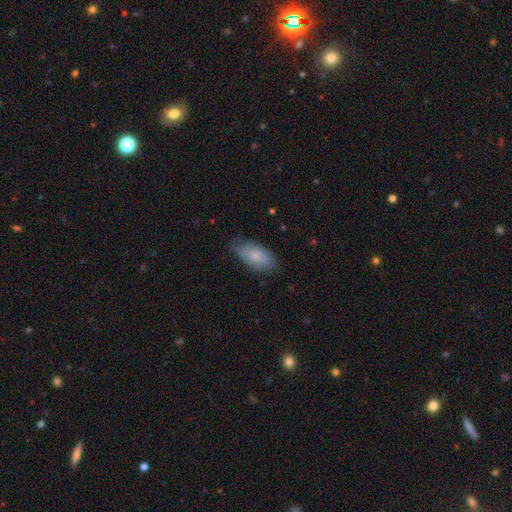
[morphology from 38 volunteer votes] Volunteers were most divided on "merging": none: 70%, minor disturbance: 27%, major disturbance: 3%, merger: 0%. More confident: how rounded — in between (91%); smooth or featured — smooth (89%).